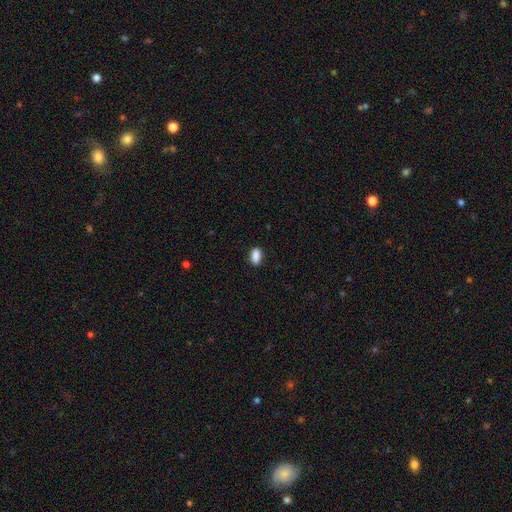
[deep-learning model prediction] Smooth or featured: smooth — 88% (star or artifact — 8%)
How rounded: in between — 88% (cigar-shaped — 6%)
Merging: none — 87% (minor disturbance — 10%)